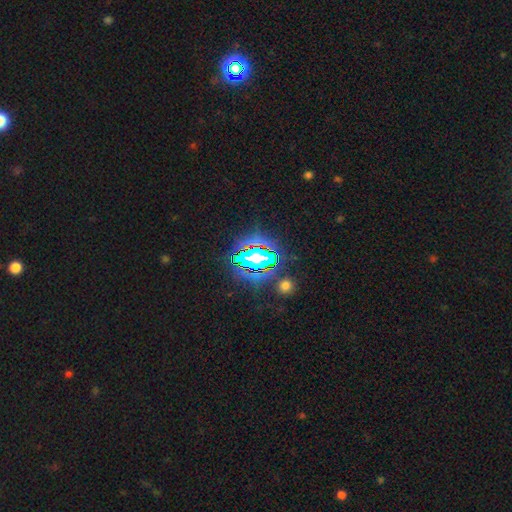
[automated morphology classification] A star or artifact, not a galaxy (79%).